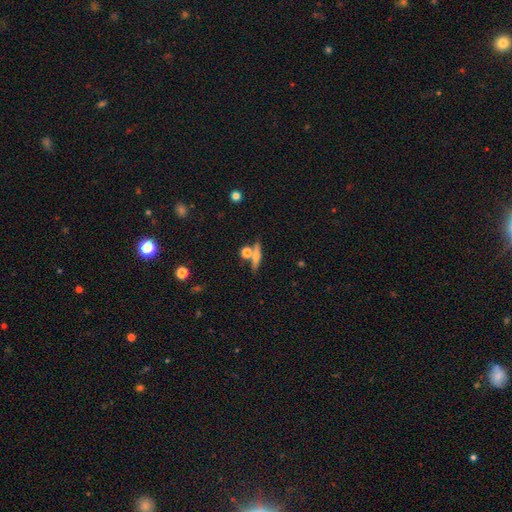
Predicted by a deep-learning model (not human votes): A smooth galaxy with no disk features (53%) that is cigar-shaped (70%).

Vote fractions:
- Smooth or featured? smooth: 53% / featured or disk: 37% / star or artifact: 9%
- How rounded? cigar-shaped: 70% / in between: 19% / round: 11%
- Merging? none: 65% / merger: 22% / minor disturbance: 10% / major disturbance: 4%